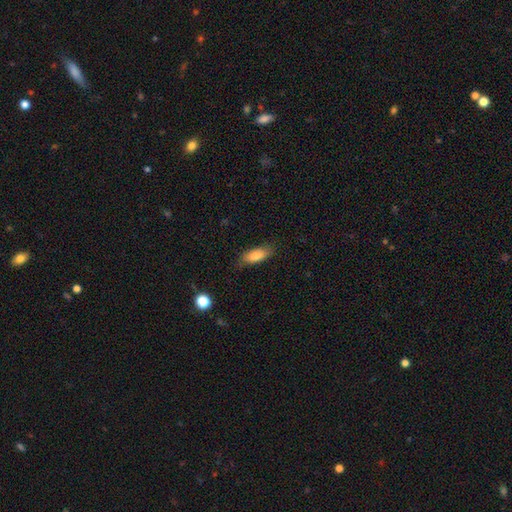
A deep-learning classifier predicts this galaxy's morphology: Smooth or featured? Predicted: smooth (p=0.82). How rounded? Predicted: in between (p=0.71). Merging? Predicted: none (p=0.80).